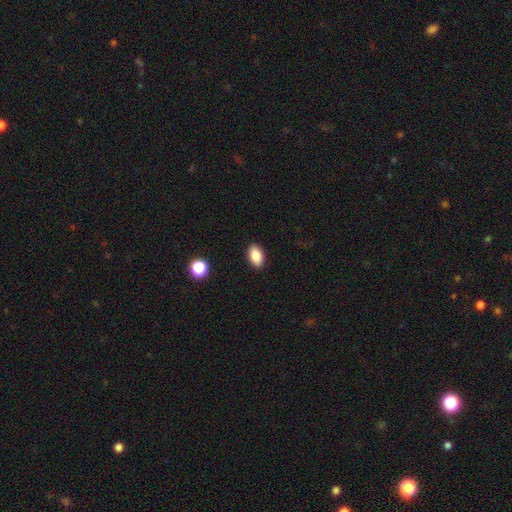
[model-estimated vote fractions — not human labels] Smooth or featured? smooth (87%)
How rounded? in between (92%)
Merging? none (90%)